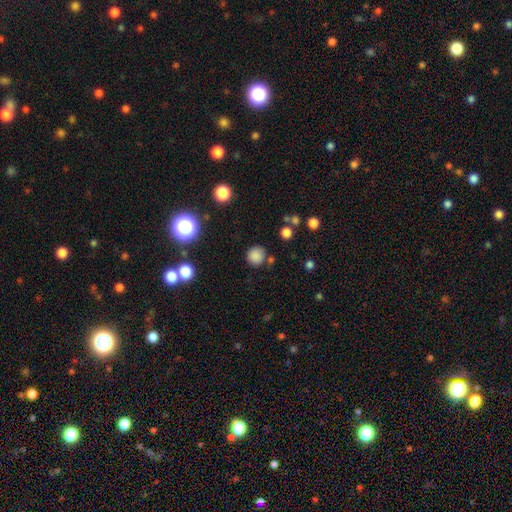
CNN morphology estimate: This is clearly a smooth galaxy (82%). How rounded: clearly round (90%). Merging: clearly none (82%).